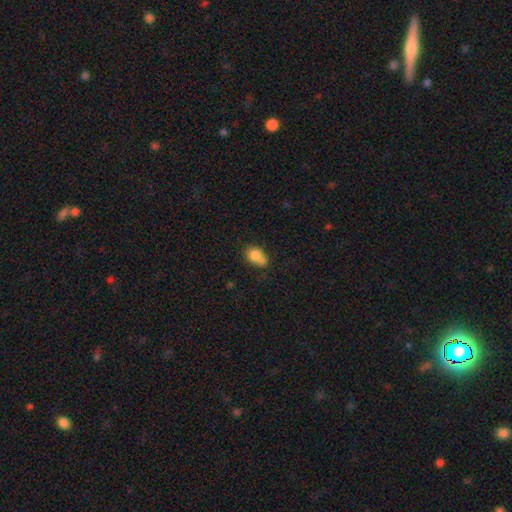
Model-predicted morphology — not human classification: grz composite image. It shows a smooth galaxy with no disk features (79%) that is in between round and cigar-shaped (58%). Merging: none (39%).